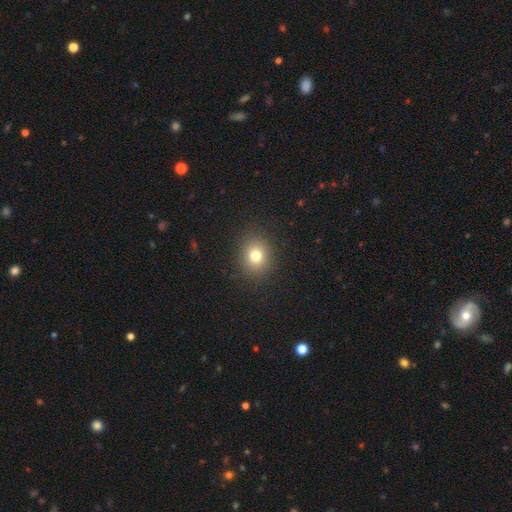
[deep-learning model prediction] This is likely a smooth galaxy (77%). How rounded: likely round (68%). Merging: clearly none (88%).